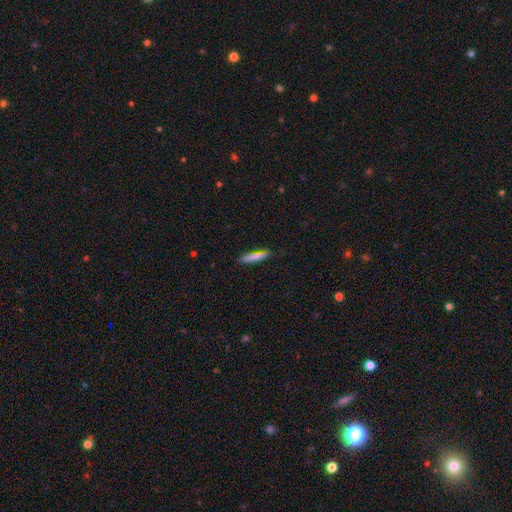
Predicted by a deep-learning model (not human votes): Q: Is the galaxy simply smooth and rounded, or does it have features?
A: smooth — 79%.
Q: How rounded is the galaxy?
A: cigar-shaped — 90%.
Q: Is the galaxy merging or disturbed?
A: none — 85%.